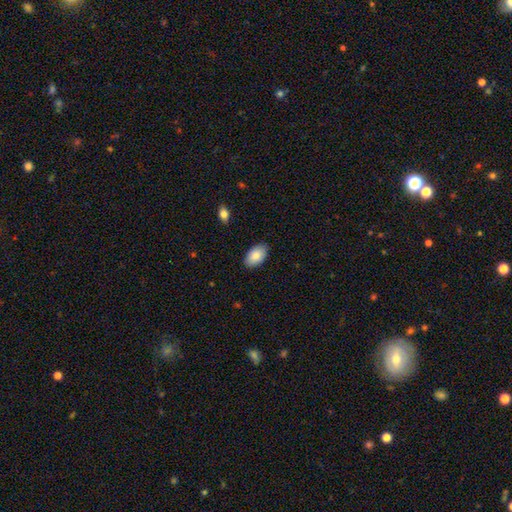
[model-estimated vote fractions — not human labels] Morphology: type=smooth (86%); roundness=in between (94%); merging=none (87%).